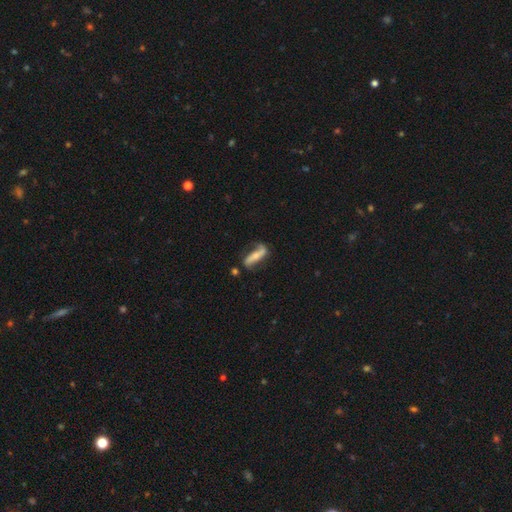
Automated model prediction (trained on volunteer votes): Morphology: type=featured or disk (61%); edge-on=no (71%); merging=none (58%).